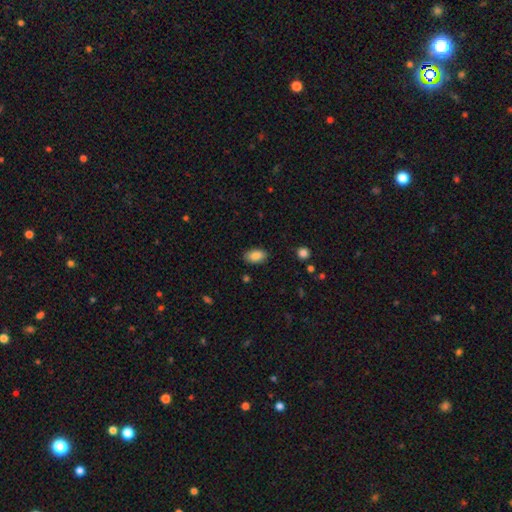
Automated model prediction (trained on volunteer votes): The model was most divided on "merging": none: 86%, minor disturbance: 11%, major disturbance: 2%, merger: 1%. More confident: how rounded — in between (92%); smooth or featured — smooth (87%).